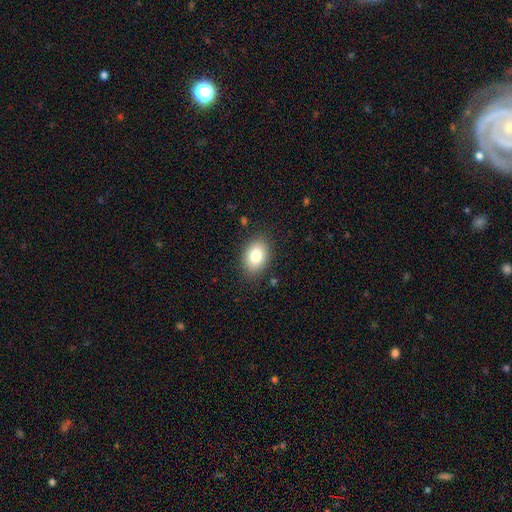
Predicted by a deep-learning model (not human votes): A smooth galaxy with no disk features (82%) that is in between round and cigar-shaped (80%). Merging: none (86%).